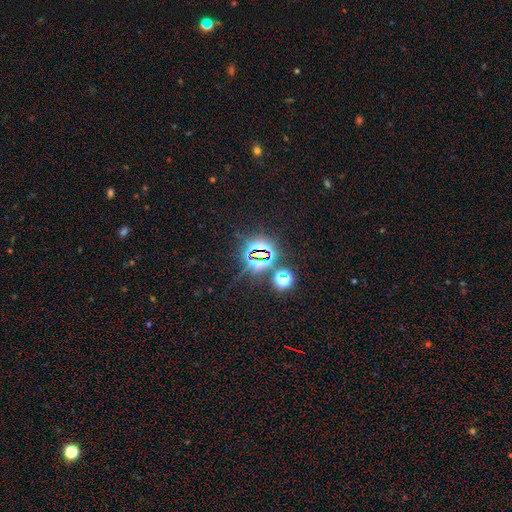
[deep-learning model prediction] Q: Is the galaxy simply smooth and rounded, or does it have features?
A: star or artifact — 79%.